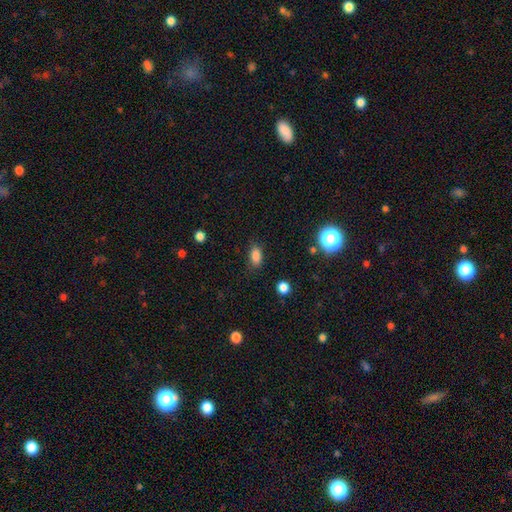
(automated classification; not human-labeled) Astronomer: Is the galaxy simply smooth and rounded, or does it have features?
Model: smooth — 84%.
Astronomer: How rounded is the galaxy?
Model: in between — 85%.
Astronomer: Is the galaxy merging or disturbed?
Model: none — 83%.